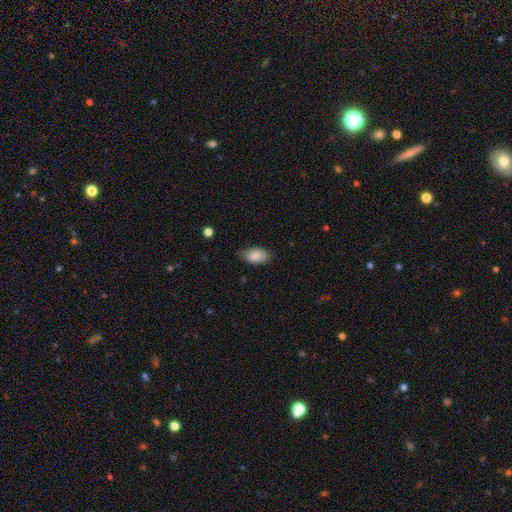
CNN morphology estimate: Smooth or featured? Predicted: smooth (p=0.87). How rounded? Predicted: in between (p=0.93). Merging? Predicted: none (p=0.69).